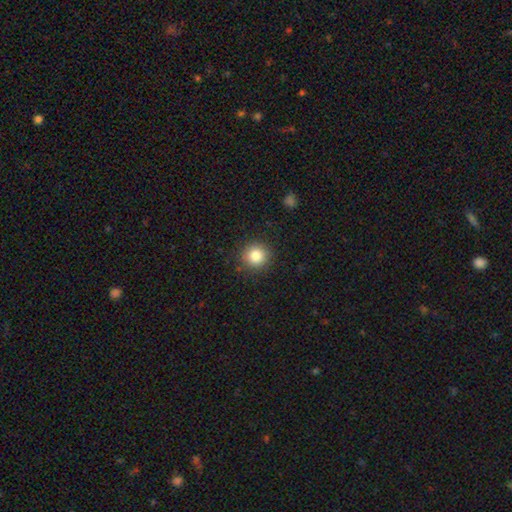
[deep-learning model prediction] Q: Smooth or featured?
A: smooth (84%); runner-up: star or artifact (10%)
Q: How rounded?
A: round (93%); runner-up: in between (6%)
Q: Merging?
A: none (90%); runner-up: minor disturbance (7%)